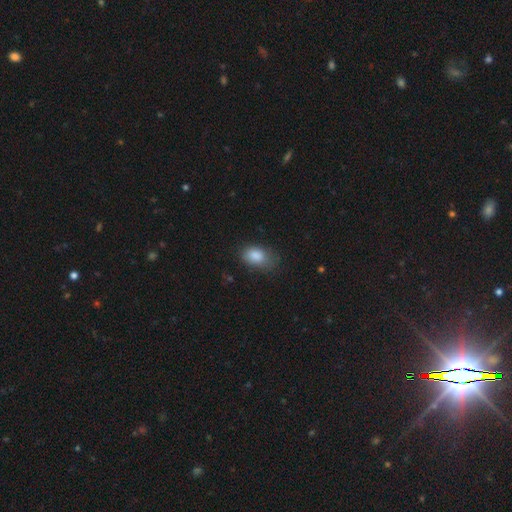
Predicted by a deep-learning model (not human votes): A smooth galaxy with no disk features (85%) that is in between round and cigar-shaped (87%).

Vote fractions:
- Smooth or featured? smooth: 85% / star or artifact: 8% / featured or disk: 7%
- How rounded? in between: 87% / round: 12% / cigar-shaped: 2%
- Merging? none: 62% / minor disturbance: 28% / major disturbance: 9% / merger: 1%